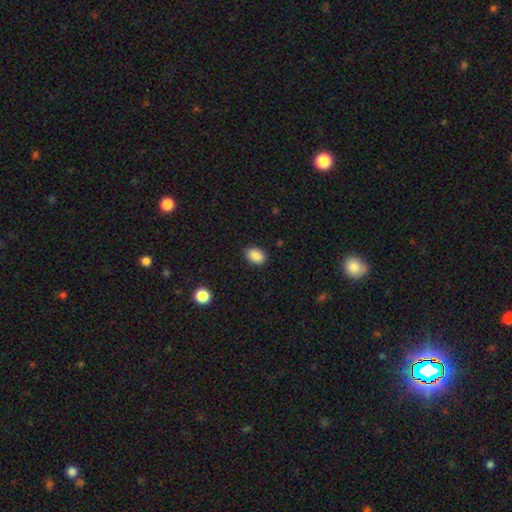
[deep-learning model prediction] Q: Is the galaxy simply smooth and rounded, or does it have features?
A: smooth — 88%.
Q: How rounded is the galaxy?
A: in between — 81%.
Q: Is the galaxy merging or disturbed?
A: none — 88%.